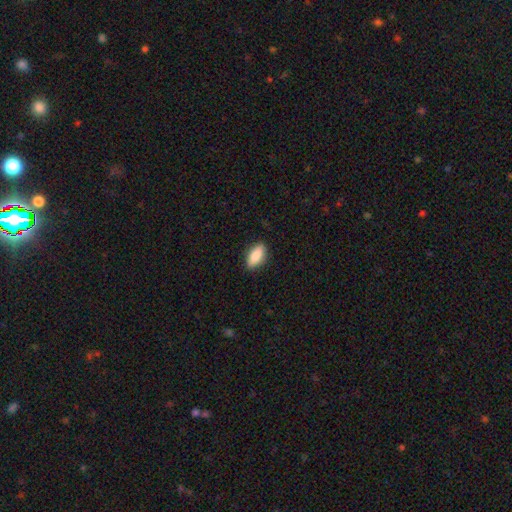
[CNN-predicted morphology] The model was most divided on "how rounded": in between: 83%, cigar-shaped: 14%, round: 3%. More confident: merging — none (87%); smooth or featured — smooth (85%).